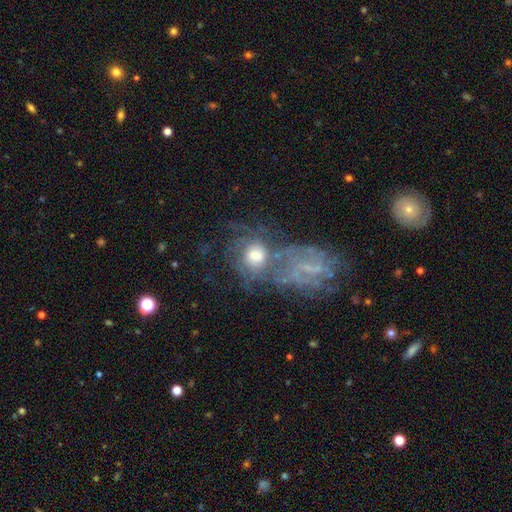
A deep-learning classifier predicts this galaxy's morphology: Q: Smooth or featured?
A: featured or disk (60%); runner-up: smooth (29%)
Q: Edge-on disk?
A: no (96%); runner-up: yes (4%)
Q: Bar?
A: no (72%); runner-up: weak (22%)
Q: Spiral arms?
A: yes (70%); runner-up: no (30%)
Q: Bulge size?
A: moderate (47%); runner-up: large (23%)
Q: Merging?
A: merger (41%); runner-up: none (31%)